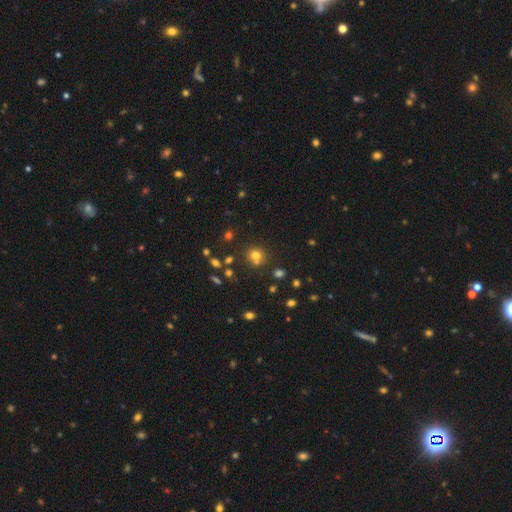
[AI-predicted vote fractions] A smooth galaxy with no disk features (69%) that is round (87%). Merging: none (62%).